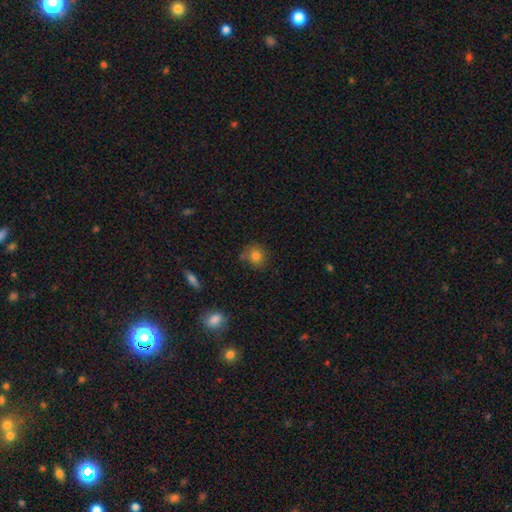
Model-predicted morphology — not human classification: smooth-or-featured: smooth: 78% | star or artifact: 13% | featured or disk: 9%
  how-rounded: round: 84% | in between: 15% | cigar-shaped: 1%
  merging: none: 73% | minor disturbance: 16% | merger: 7% | major disturbance: 4%